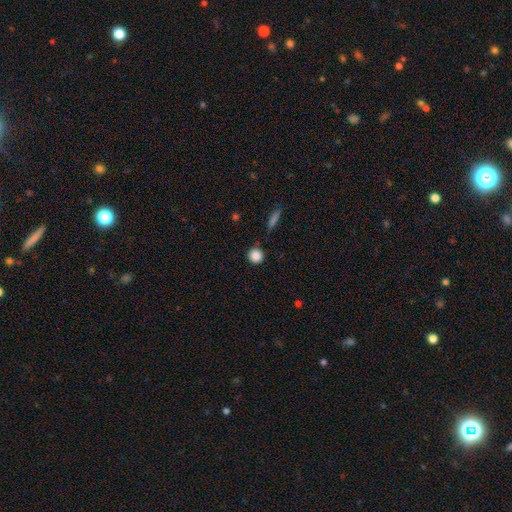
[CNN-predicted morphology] smooth 87%, star or artifact 9%, featured or disk 4%. Down the decision tree: how rounded — round (93%); merging — none (87%).